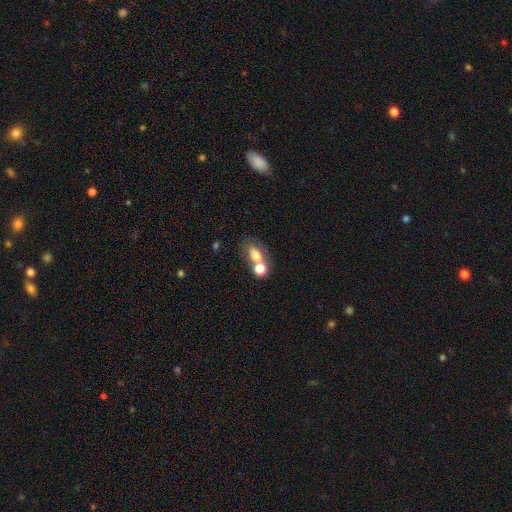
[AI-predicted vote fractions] smooth_or_featured: smooth (p=0.68) [alt: featured or disk p=0.21]
how_rounded: in between (p=0.65) [alt: round p=0.32]
merging: merger (p=0.58) [alt: none p=0.28]